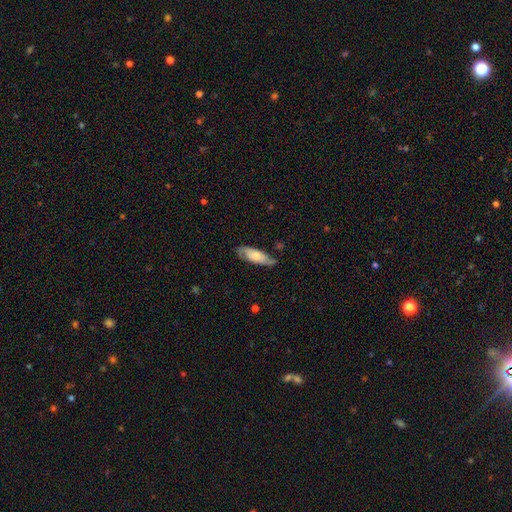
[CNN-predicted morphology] The model was most divided on "smooth or featured": smooth: 48%, featured or disk: 46%, star or artifact: 6%. More confident: merging — none (71%).